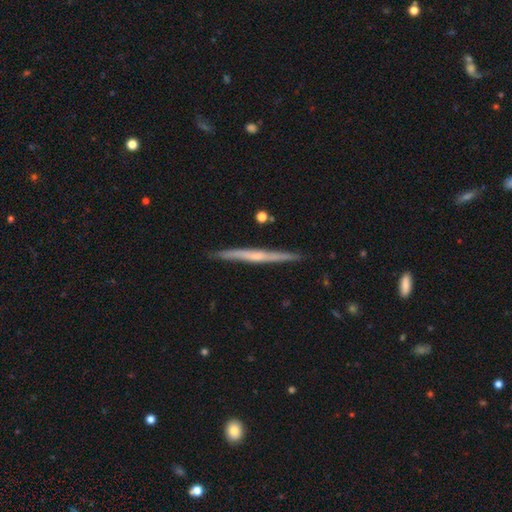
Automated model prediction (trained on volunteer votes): Smooth or featured? featured or disk (69%)
Edge-on disk? yes (97%)
Edge-on bulge? rounded (48%)
Merging? none (90%)